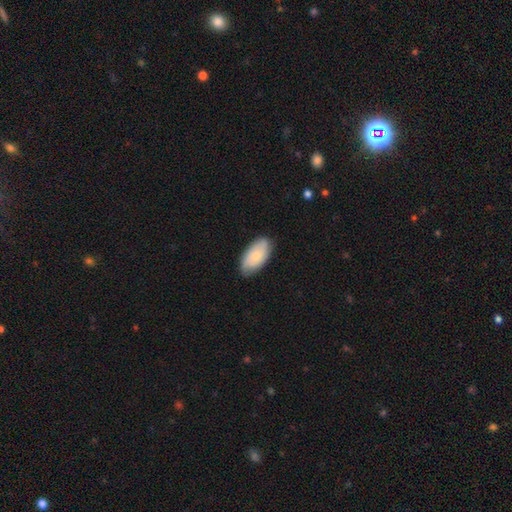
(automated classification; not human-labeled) The model was most divided on "smooth or featured": smooth: 68%, featured or disk: 26%, star or artifact: 6%. More confident: how rounded — in between (94%); merging — none (80%).